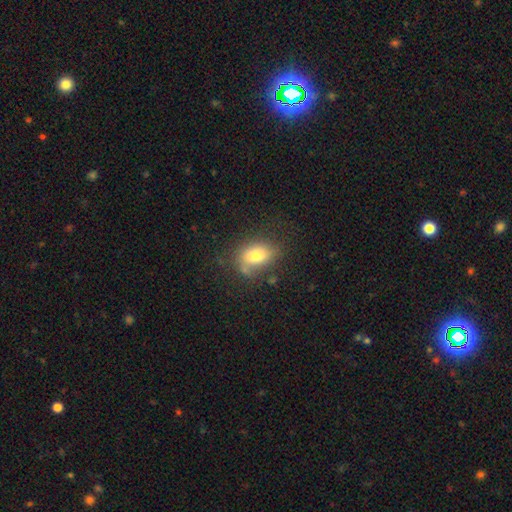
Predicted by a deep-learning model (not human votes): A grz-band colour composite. It shows a smooth galaxy with no disk features (73%) that is in between round and cigar-shaped (82%). Merging: none (57%).